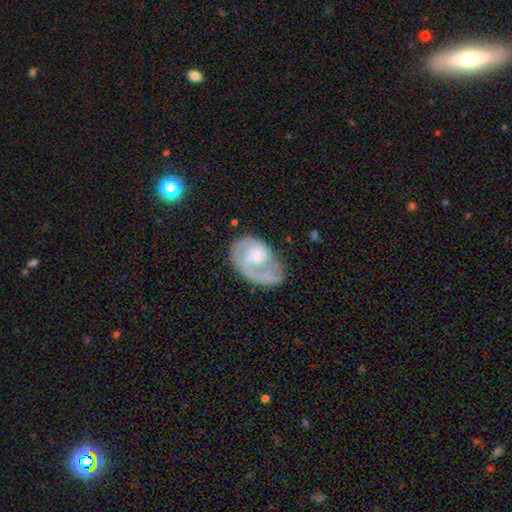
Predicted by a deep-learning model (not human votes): Overall: featured or disk (61%; smooth 32%). Edge-on disk: no (97%). Bar: no (71%). Spiral arms: yes (70%; no 30%). Bulge size: moderate (40%; small 32%). Merging: none (43%; major disturbance 28%).